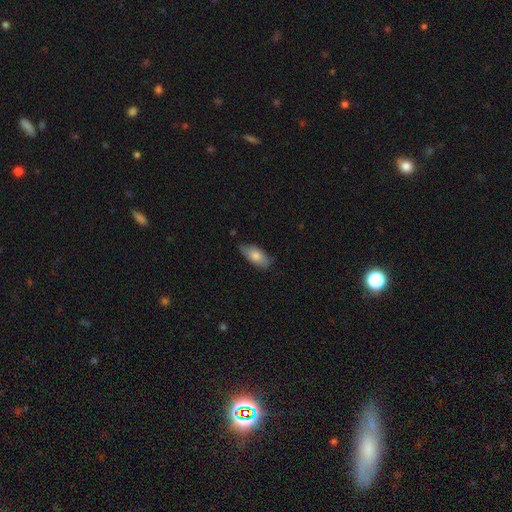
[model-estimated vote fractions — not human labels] Smooth or featured?
  - smooth: 76% *
  - featured or disk: 18%
  - star or artifact: 6%
How rounded?
  - in between: 87% *
  - cigar-shaped: 10%
  - round: 3%
Merging?
  - none: 72% *
  - minor disturbance: 23%
  - major disturbance: 3%
  - merger: 2%